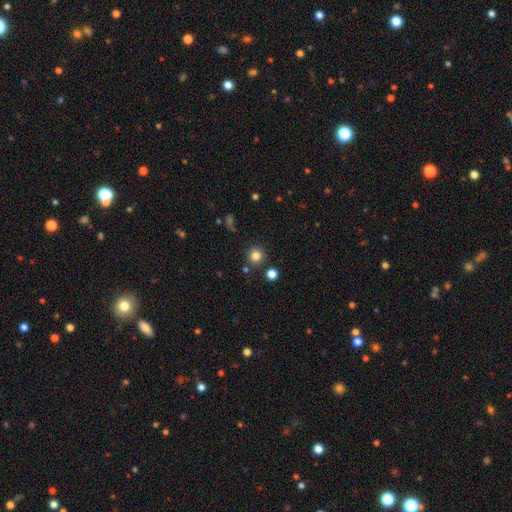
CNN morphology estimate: This is clearly a smooth galaxy (82%). How rounded: clearly round (94%). Merging: clearly none (86%).